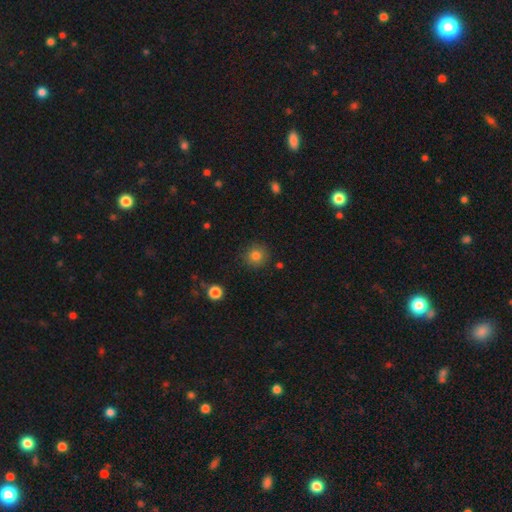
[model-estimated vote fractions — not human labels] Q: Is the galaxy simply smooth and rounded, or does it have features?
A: smooth — 82%.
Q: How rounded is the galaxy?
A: round — 93%.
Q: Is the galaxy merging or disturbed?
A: none — 88%.